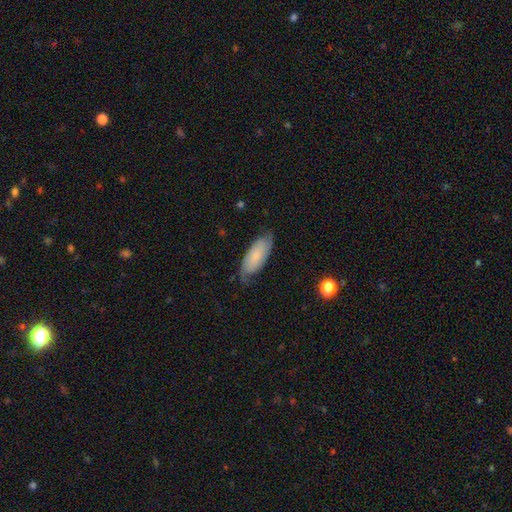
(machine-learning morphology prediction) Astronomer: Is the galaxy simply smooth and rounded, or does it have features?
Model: smooth — 54% (runner-up: featured or disk, 38%).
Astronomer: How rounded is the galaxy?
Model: in between — 80%.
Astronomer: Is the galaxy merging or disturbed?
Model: none — 69%.